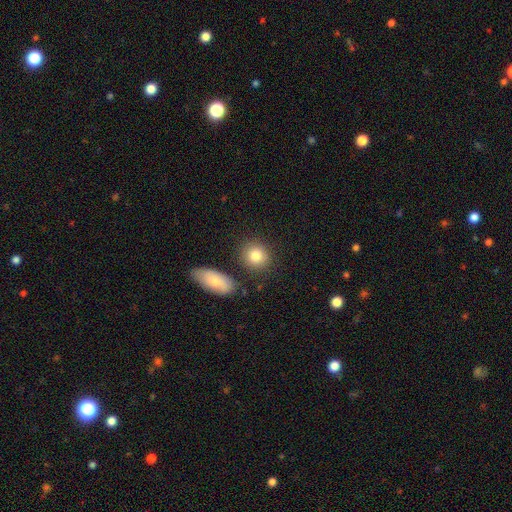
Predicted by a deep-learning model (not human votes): A smooth galaxy with no disk features (83%) that is round (79%).

Vote fractions:
- Smooth or featured? smooth: 83% / featured or disk: 9% / star or artifact: 8%
- How rounded? round: 79% / in between: 20% / cigar-shaped: 2%
- Merging? none: 81% / minor disturbance: 10% / merger: 6% / major disturbance: 3%